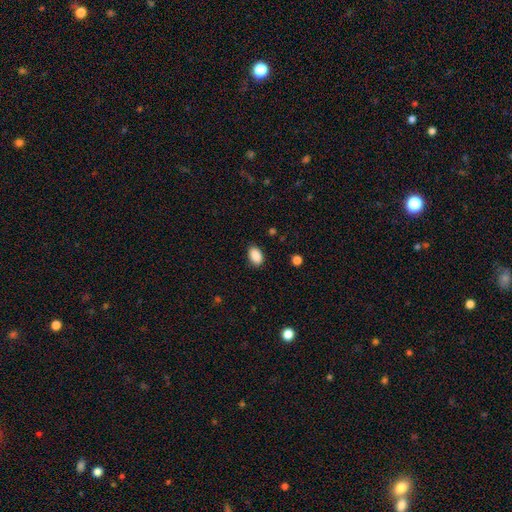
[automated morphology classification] The model was most divided on "merging": none: 87%, minor disturbance: 10%, major disturbance: 2%, merger: 1%. More confident: how rounded — in between (90%); smooth or featured — smooth (89%).